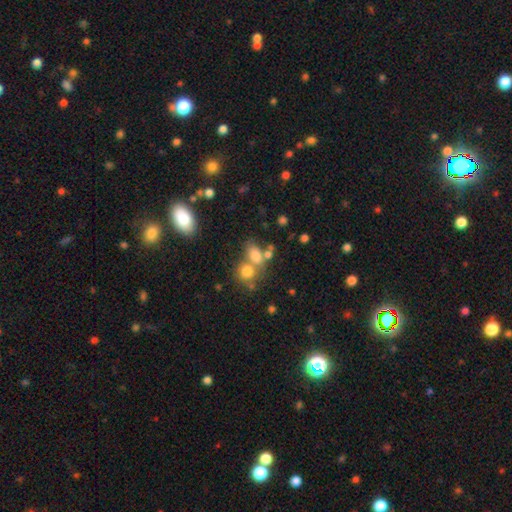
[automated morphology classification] Q: Smooth or featured?
A: smooth (74%); runner-up: star or artifact (14%)
Q: How rounded?
A: in between (67%); runner-up: round (30%)
Q: Merging?
A: merger (45%); runner-up: none (36%)